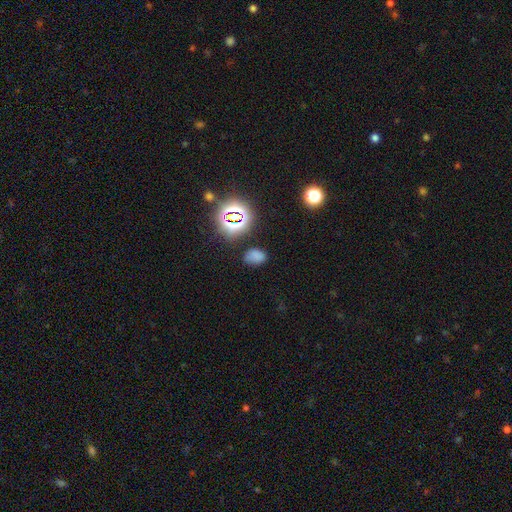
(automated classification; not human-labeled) smooth 67%, star or artifact 26%, featured or disk 7%. Down the decision tree: how rounded — in between (78%); merging — none (73%).